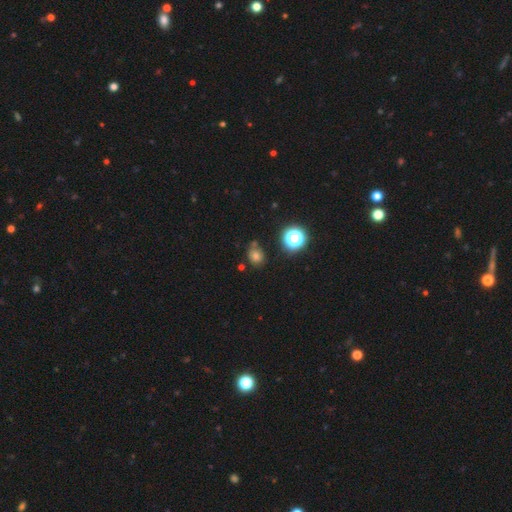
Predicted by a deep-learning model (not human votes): Overall: smooth (69%). How rounded: round (64%; in between 35%). Merging: none (66%).